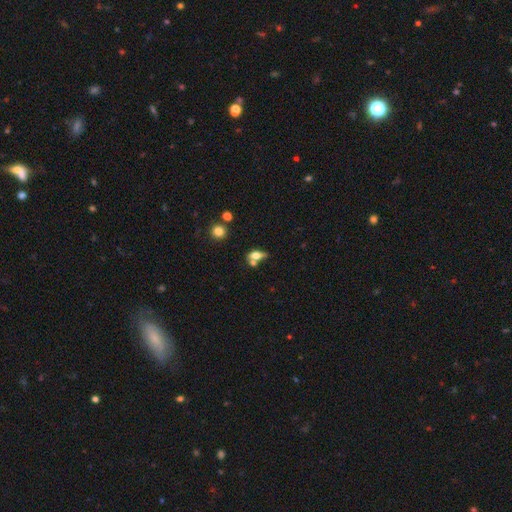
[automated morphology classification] Smooth or featured? smooth (59%)
How rounded? in between (74%)
Merging? none (46%)